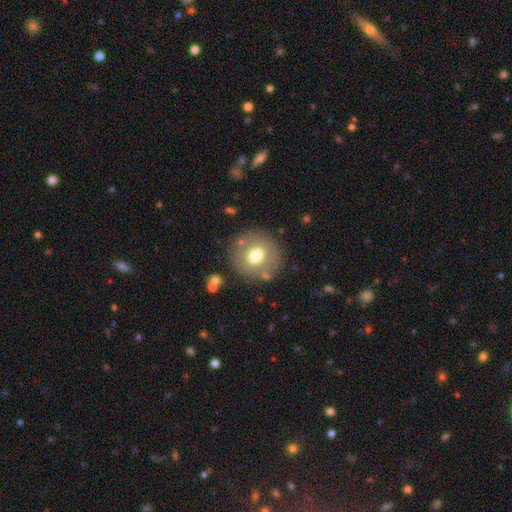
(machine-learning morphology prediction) Overall: smooth (65%). How rounded: round (88%). Merging: none (83%).